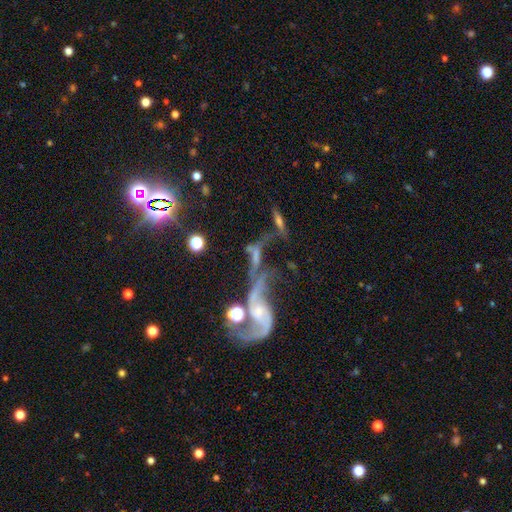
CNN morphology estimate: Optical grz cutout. It shows a featured or disk galaxy (63%) with no bar (61%), spiral arms (72%) and a small central bulge (42%). Merging: merger (42%).